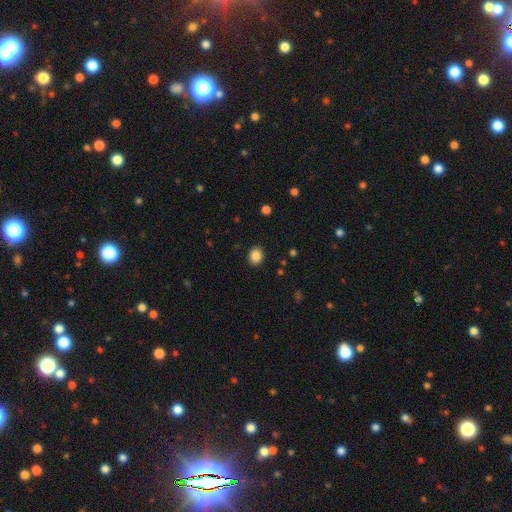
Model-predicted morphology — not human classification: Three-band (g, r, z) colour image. It shows a smooth galaxy with no disk features (87%) that is round (52%). Merging: none (89%).